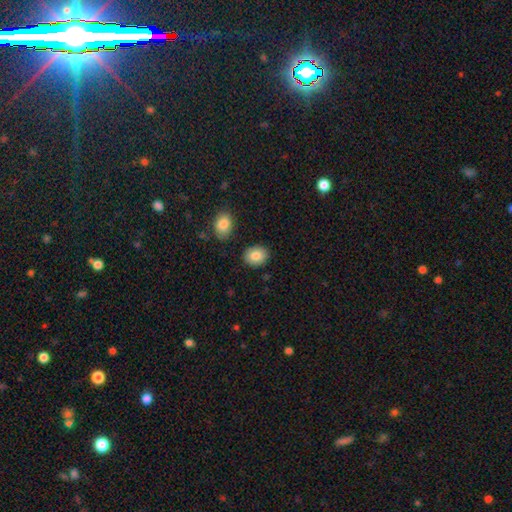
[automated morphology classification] This is clearly a smooth galaxy (84%). How rounded: possibly round (55%). Merging: clearly none (87%).